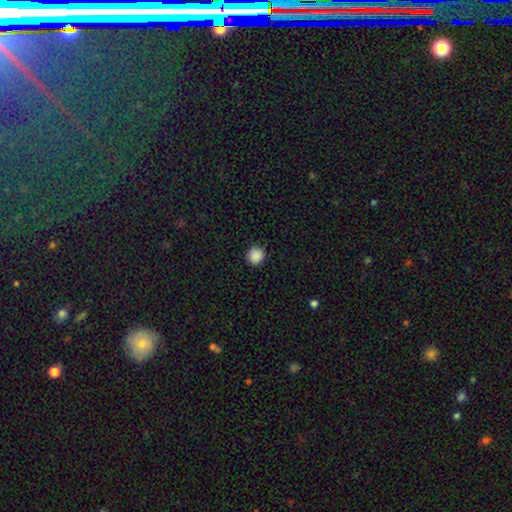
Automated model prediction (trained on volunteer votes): Smooth or featured?
  - smooth: 88% *
  - star or artifact: 10%
  - featured or disk: 2%
How rounded?
  - round: 94% *
  - in between: 5%
  - cigar-shaped: 1%
Merging?
  - none: 91% *
  - minor disturbance: 6%
  - major disturbance: 2%
  - merger: 1%